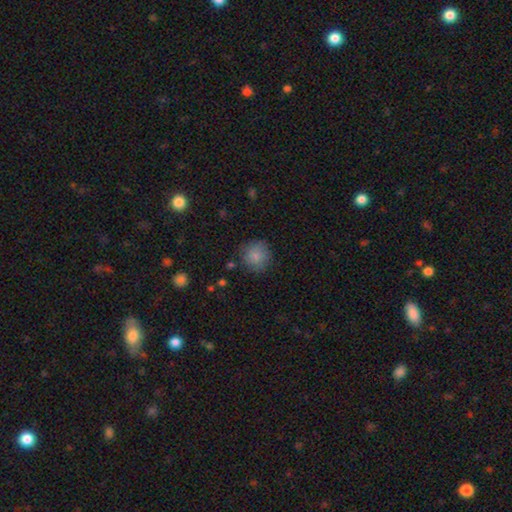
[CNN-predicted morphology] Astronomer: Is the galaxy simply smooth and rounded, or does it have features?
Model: smooth — 84%.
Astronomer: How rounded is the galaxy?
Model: round — 92%.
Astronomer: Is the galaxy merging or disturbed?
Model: none — 83%.